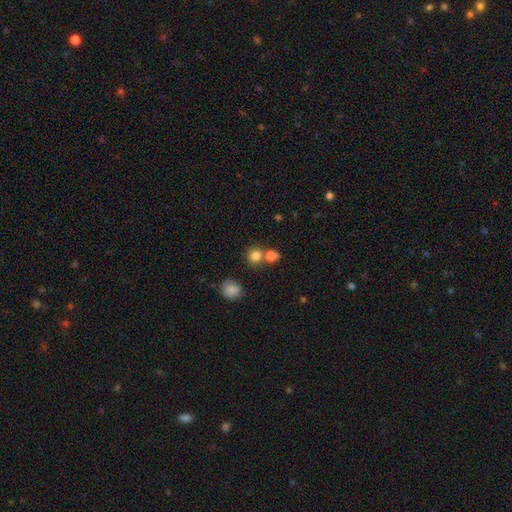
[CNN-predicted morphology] Smooth or featured? smooth (81%)
How rounded? round (83%)
Merging? none (56%)